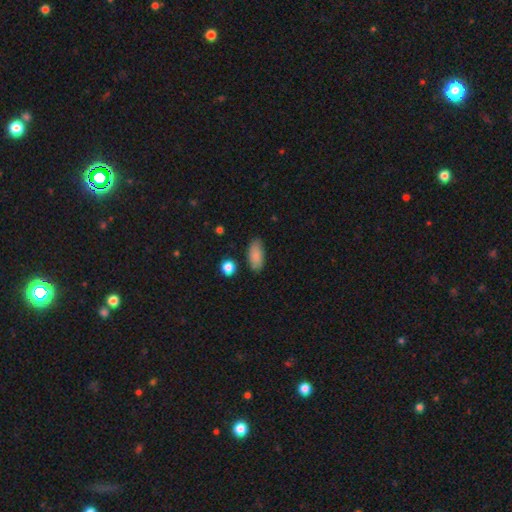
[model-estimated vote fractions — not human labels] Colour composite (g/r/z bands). It shows a smooth galaxy with no disk features (87%) that is in between round and cigar-shaped (86%). Merging: none (84%).